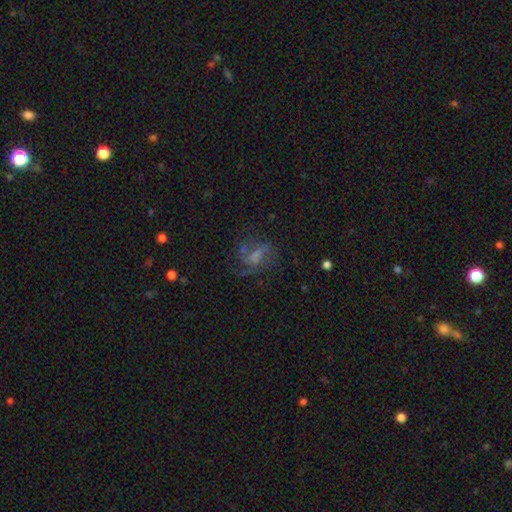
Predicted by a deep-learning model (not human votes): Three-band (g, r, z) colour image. It shows a featured or disk galaxy (54%) with no bar (44%), spiral arms (70%) and no central bulge (39%). Merging: none (48%).